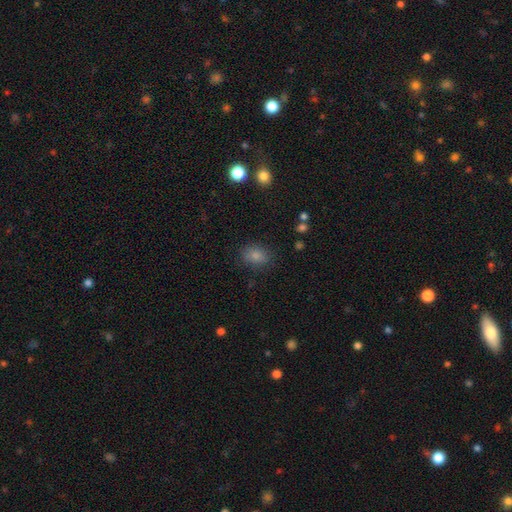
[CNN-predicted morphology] Smooth or featured? Predicted: smooth (p=0.83). How rounded? Predicted: in between (p=0.62). Merging? Predicted: none (p=0.81).